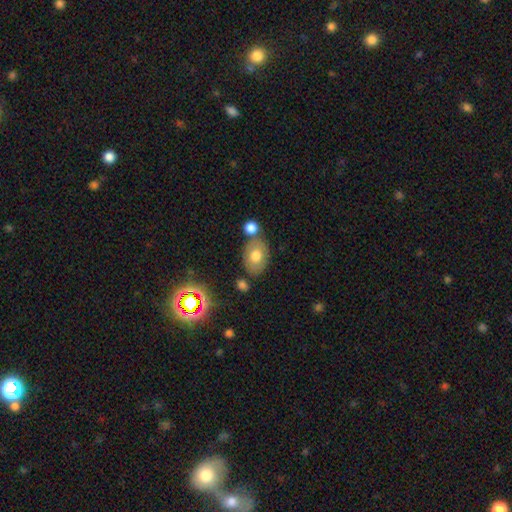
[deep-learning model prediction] This appears to be a smooth galaxy with no disk features (65%) that is in between round and cigar-shaped (77%). Merging: none (61%).